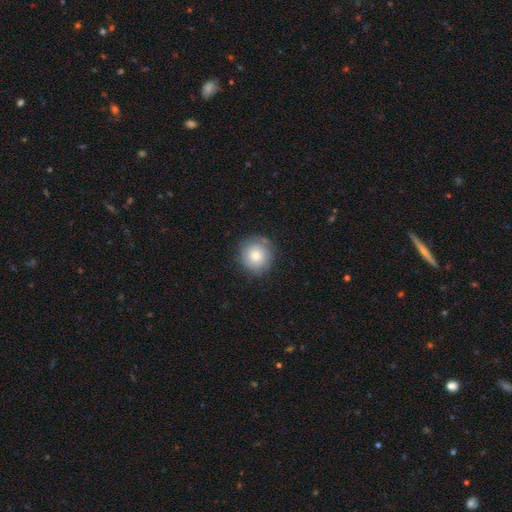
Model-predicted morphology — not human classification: The model was most divided on "smooth or featured": smooth: 71%, featured or disk: 20%, star or artifact: 9%. More confident: how rounded — round (90%); merging — none (81%).